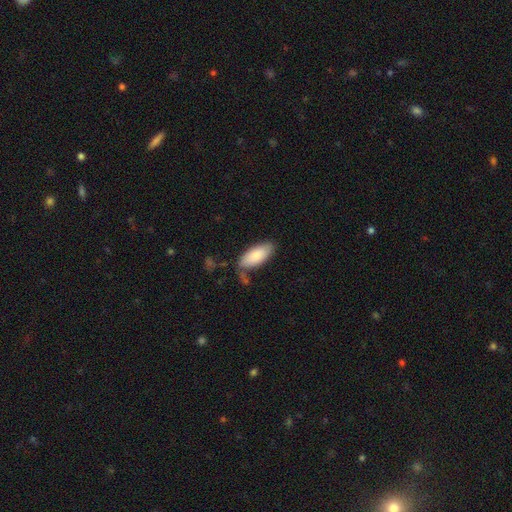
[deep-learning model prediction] Smooth or featured?
  - smooth: 85% *
  - featured or disk: 10%
  - star or artifact: 6%
How rounded?
  - in between: 87% *
  - cigar-shaped: 11%
  - round: 2%
Merging?
  - none: 68% *
  - minor disturbance: 21%
  - merger: 6%
  - major disturbance: 6%